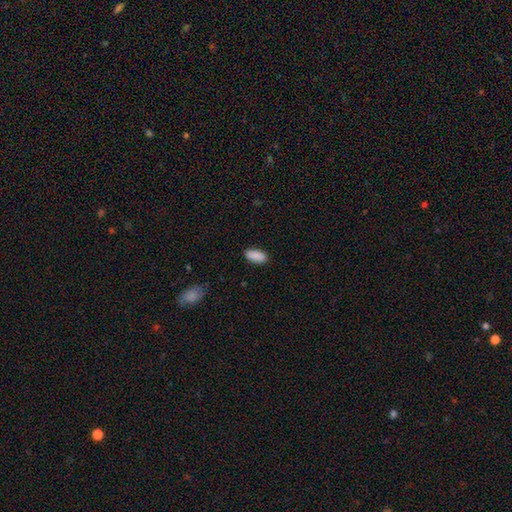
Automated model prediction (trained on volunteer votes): Smooth or featured? Predicted: smooth (p=0.90). How rounded? Predicted: in between (p=0.90). Merging? Predicted: none (p=0.87).